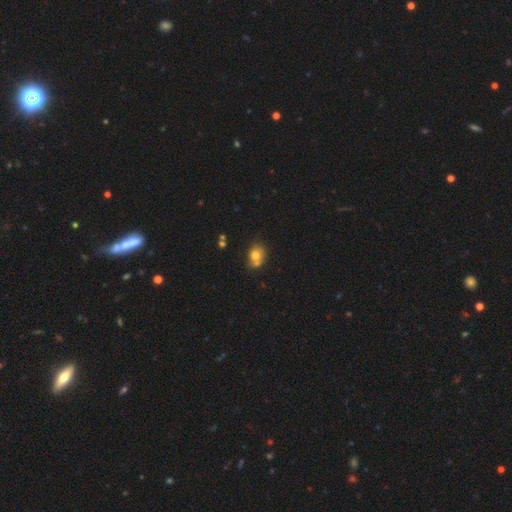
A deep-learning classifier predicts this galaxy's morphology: smooth 74%, featured or disk 14%, star or artifact 11%. Down the decision tree: how rounded — round (57%); merging — none (49%).